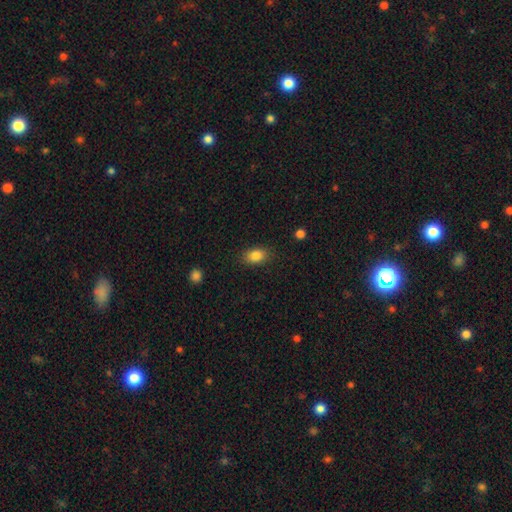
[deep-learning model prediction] Overall: smooth (85%). How rounded: in between (83%). Merging: none (85%).